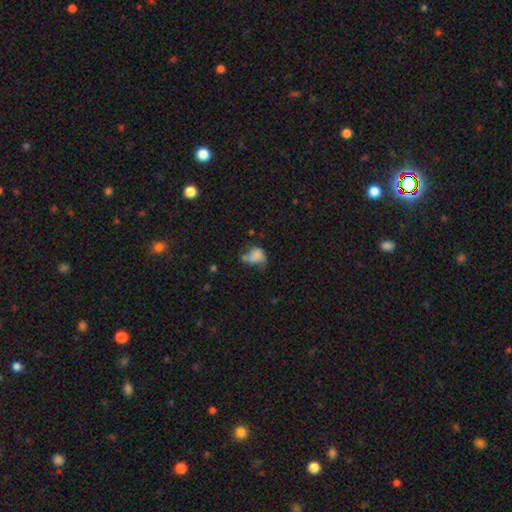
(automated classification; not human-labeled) smooth-or-featured: smooth: 64% | featured or disk: 23% | star or artifact: 12%
  how-rounded: in between: 71% | round: 27% | cigar-shaped: 2%
  merging: major disturbance: 34% | minor disturbance: 27% | none: 24% | merger: 15%